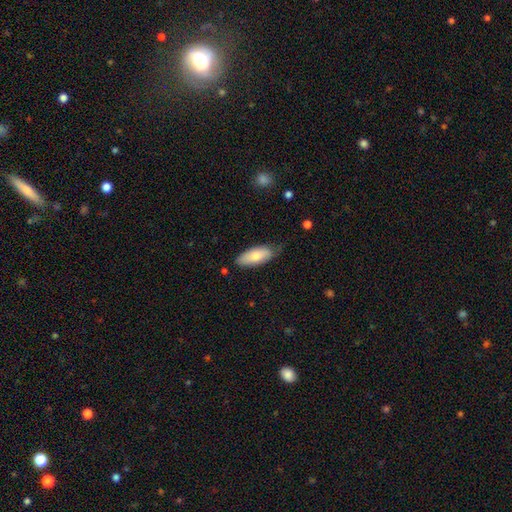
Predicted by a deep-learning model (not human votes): Smooth or featured?
  - smooth: 74% *
  - featured or disk: 20%
  - star or artifact: 6%
How rounded?
  - in between: 83% *
  - cigar-shaped: 15%
  - round: 2%
Merging?
  - none: 71% *
  - minor disturbance: 24%
  - major disturbance: 4%
  - merger: 2%